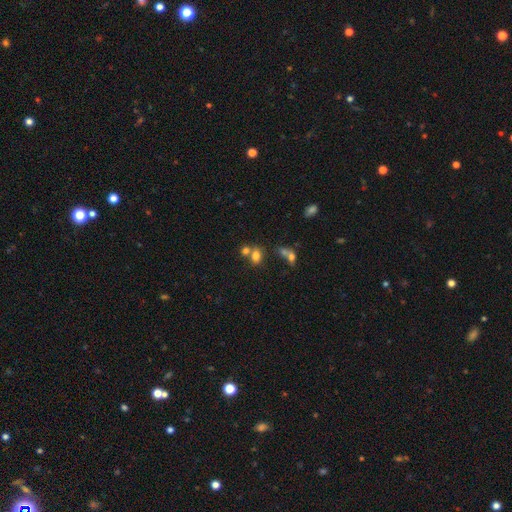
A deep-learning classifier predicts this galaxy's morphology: Overall: smooth (75%). How rounded: in between (53%; round 46%). Merging: none (43%, tied with merger).